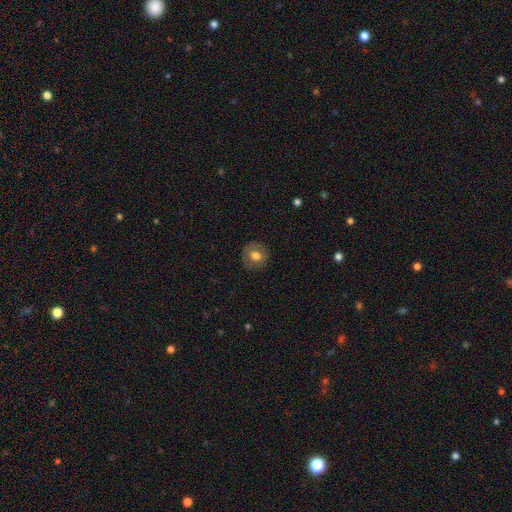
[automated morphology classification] Smooth or featured? Predicted: smooth (p=0.66). How rounded? Predicted: round (p=0.92). Merging? Predicted: none (p=0.87).